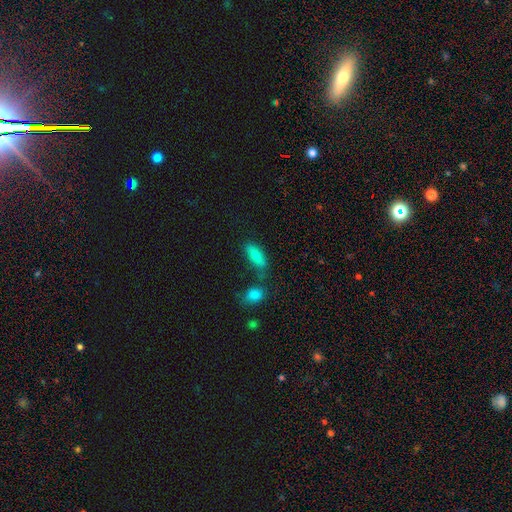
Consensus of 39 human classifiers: Smooth or featured? smooth (72%)
How rounded? in between (75%)
Merging? none (49%)